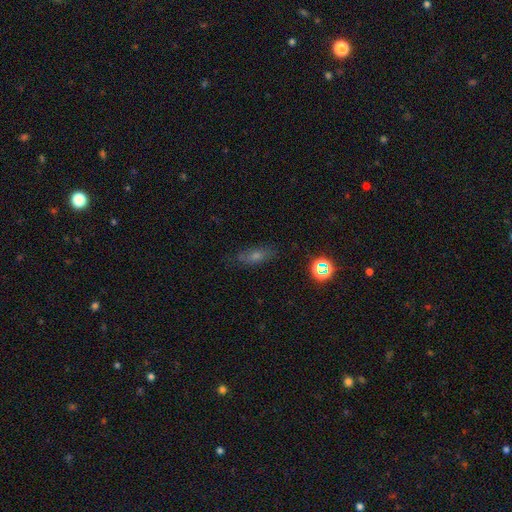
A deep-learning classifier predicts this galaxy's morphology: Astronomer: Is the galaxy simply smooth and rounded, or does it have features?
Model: smooth — 45% (runner-up: featured or disk, 29%).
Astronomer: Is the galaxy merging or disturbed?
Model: none — 75%.